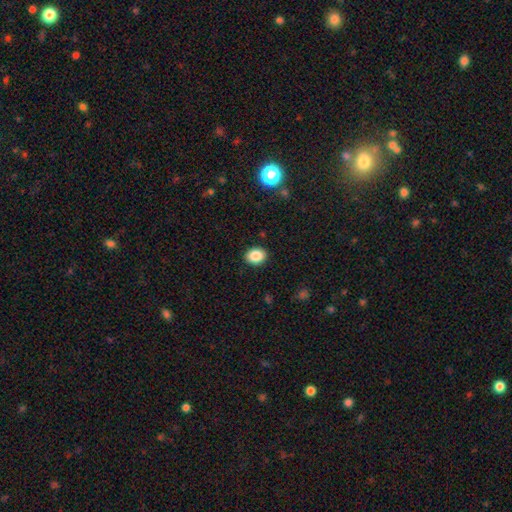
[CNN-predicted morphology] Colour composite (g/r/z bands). It shows a smooth galaxy with no disk features (87%) that is in between round and cigar-shaped (57%). Merging: none (90%).